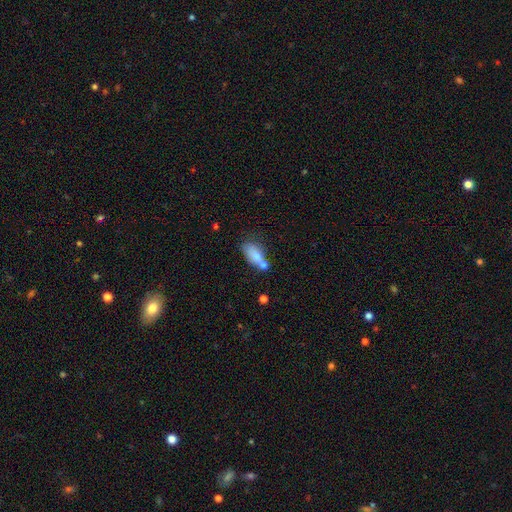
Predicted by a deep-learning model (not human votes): Smooth or featured?
  - smooth: 75% *
  - featured or disk: 17%
  - star or artifact: 9%
How rounded?
  - in between: 78% *
  - cigar-shaped: 17%
  - round: 4%
Merging?
  - none: 36% *
  - merger: 35%
  - minor disturbance: 20%
  - major disturbance: 10%